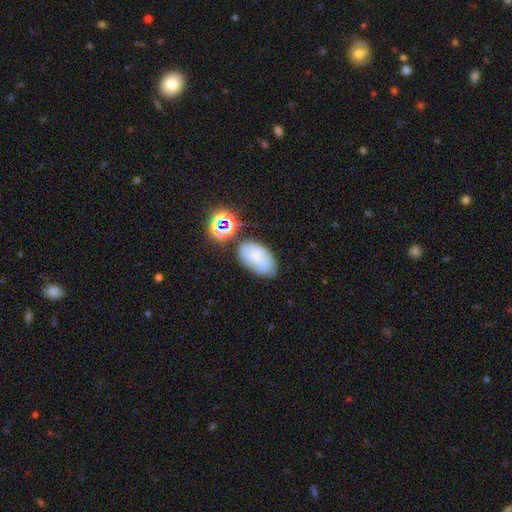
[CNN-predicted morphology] Smooth or featured?
  - smooth: 51% *
  - featured or disk: 30%
  - star or artifact: 20%
How rounded?
  - in between: 91% *
  - round: 7%
  - cigar-shaped: 2%
Merging?
  - none: 58% *
  - minor disturbance: 23%
  - merger: 11%
  - major disturbance: 8%